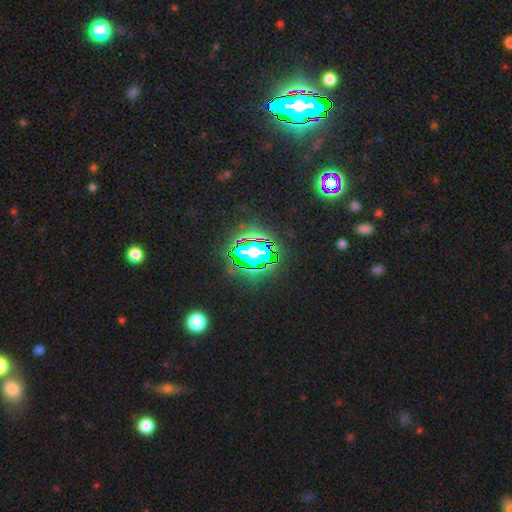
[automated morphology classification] smooth_or_featured: star or artifact (p=0.83) [alt: smooth p=0.10]